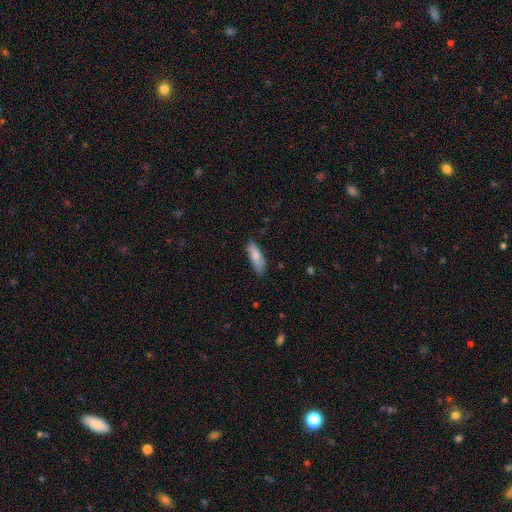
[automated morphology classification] Q: Smooth or featured?
A: smooth (82%); runner-up: featured or disk (12%)
Q: How rounded?
A: in between (60%); runner-up: cigar-shaped (38%)
Q: Merging?
A: none (75%); runner-up: minor disturbance (20%)